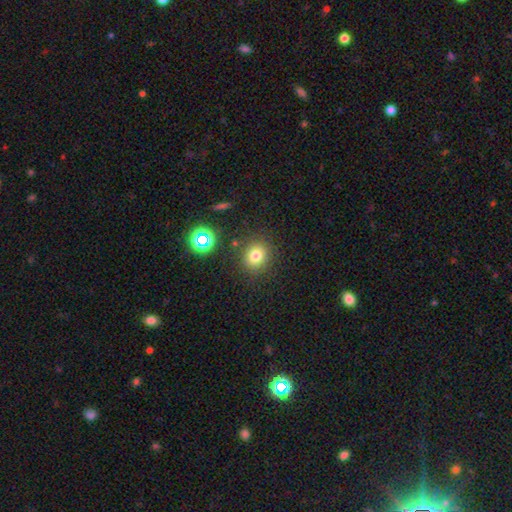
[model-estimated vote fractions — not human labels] A smooth galaxy with no disk features (75%) that is round (77%). Merging: none (85%).